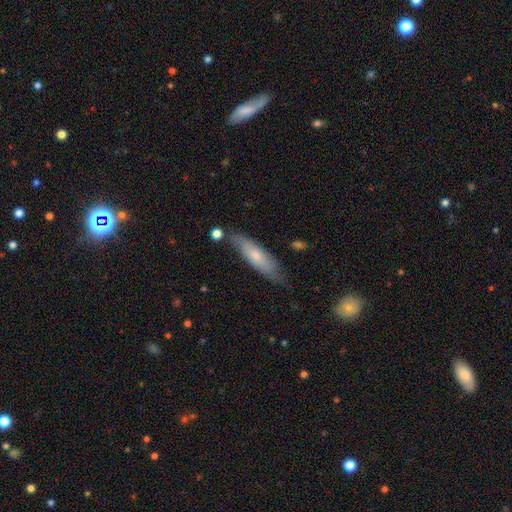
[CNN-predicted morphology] smooth 62%, featured or disk 33%, star or artifact 6%. Down the decision tree: how rounded — cigar-shaped (65%); merging — none (70%).